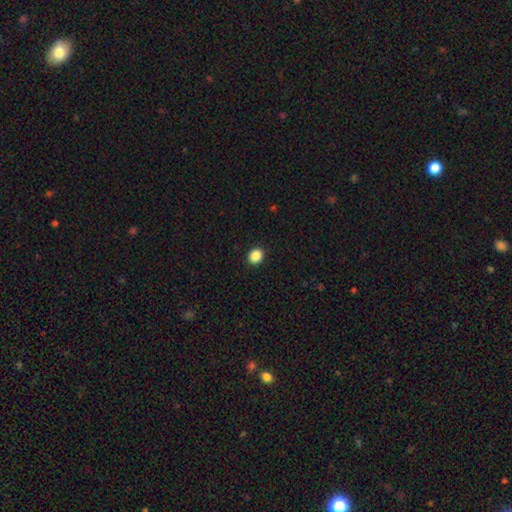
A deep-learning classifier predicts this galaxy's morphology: Smooth or featured: smooth — 88% (star or artifact — 10%)
How rounded: round — 65% (in between — 35%)
Merging: none — 92% (minor disturbance — 5%)